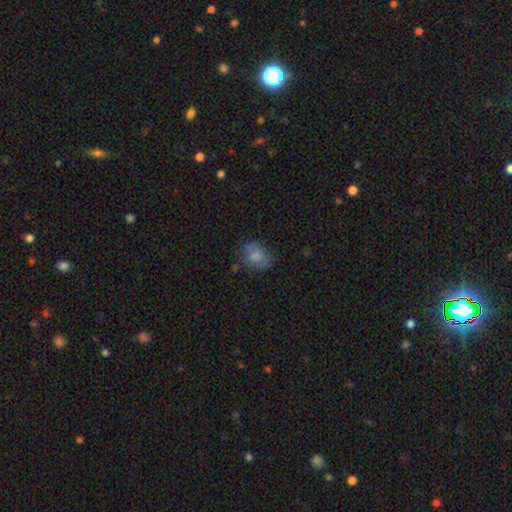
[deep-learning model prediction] Smooth or featured: smooth — 75% (featured or disk — 16%)
How rounded: in between — 50% (round — 49%)
Merging: none — 61% (minor disturbance — 25%)